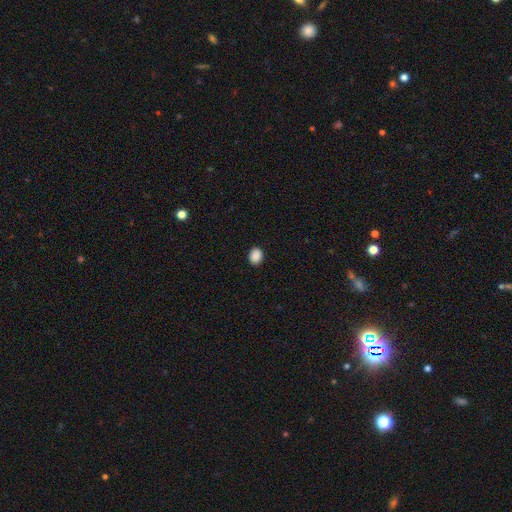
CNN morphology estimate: Q: Smooth or featured?
A: smooth (89%); runner-up: star or artifact (8%)
Q: How rounded?
A: in between (53%); runner-up: round (46%)
Q: Merging?
A: none (90%); runner-up: minor disturbance (8%)